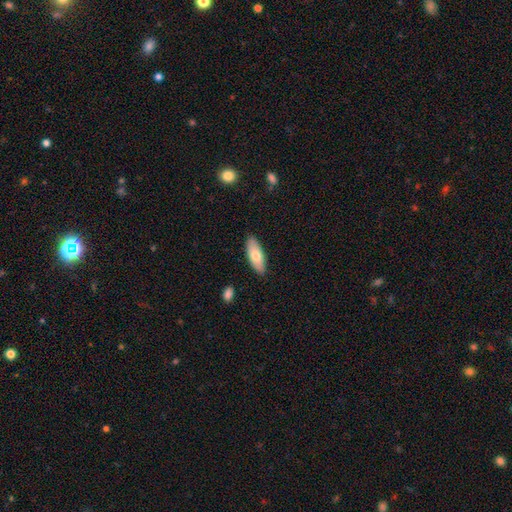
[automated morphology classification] smooth_or_featured: smooth (p=0.75) [alt: featured or disk p=0.20]
how_rounded: in between (p=0.75) [alt: cigar-shaped p=0.23]
merging: none (p=0.86) [alt: minor disturbance p=0.10]